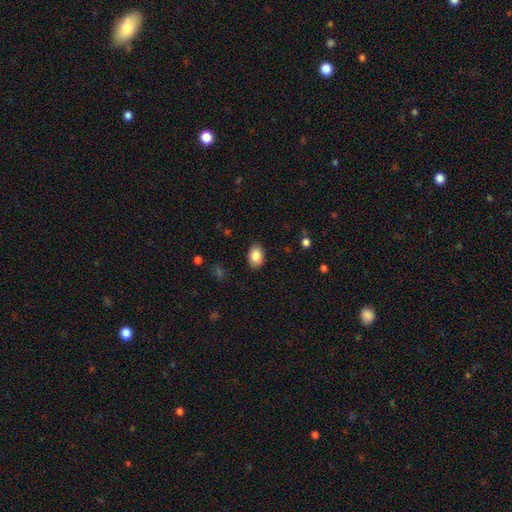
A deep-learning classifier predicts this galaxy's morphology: smooth_or_featured: smooth (p=0.86) [alt: star or artifact p=0.08]
how_rounded: in between (p=0.81) [alt: round p=0.18]
merging: none (p=0.88) [alt: minor disturbance p=0.09]